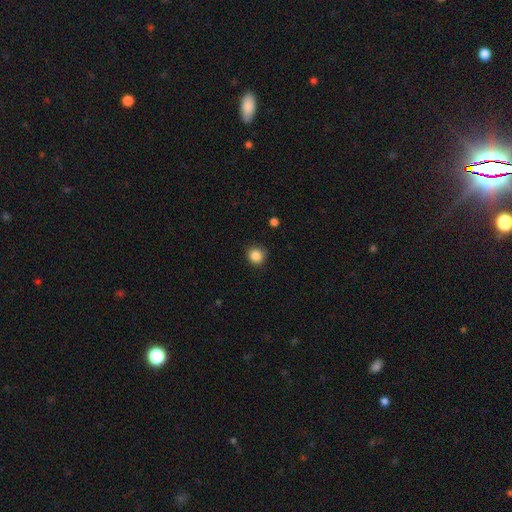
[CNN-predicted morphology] The model was most divided on "merging": none: 86%, minor disturbance: 11%, major disturbance: 2%, merger: 1%. More confident: how rounded — round (91%); smooth or featured — smooth (86%).